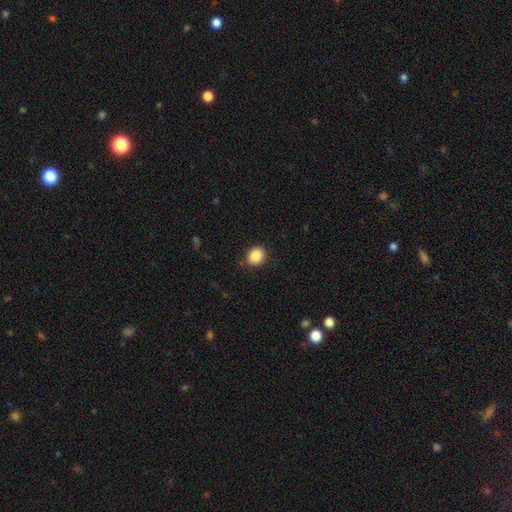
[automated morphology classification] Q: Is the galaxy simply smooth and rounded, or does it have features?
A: smooth — 88%.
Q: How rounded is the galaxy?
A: round — 64%.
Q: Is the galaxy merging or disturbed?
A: none — 88%.